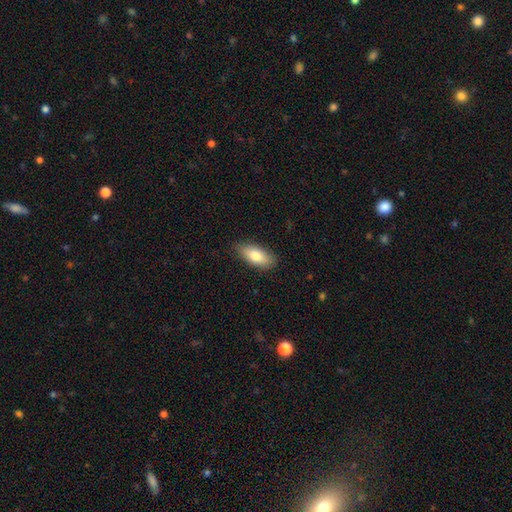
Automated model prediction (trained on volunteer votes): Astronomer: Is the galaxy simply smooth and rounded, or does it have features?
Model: smooth — 80%.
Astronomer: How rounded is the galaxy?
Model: in between — 85%.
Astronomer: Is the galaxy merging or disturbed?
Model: none — 84%.